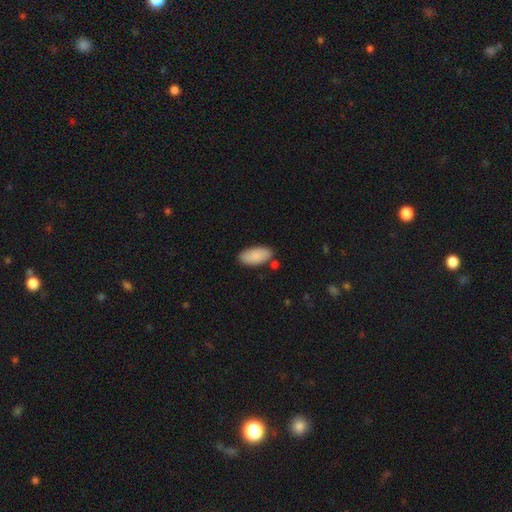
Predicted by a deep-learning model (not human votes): The model was most divided on "merging": none: 78%, minor disturbance: 13%, merger: 6%, major disturbance: 3%. More confident: how rounded — in between (92%); smooth or featured — smooth (88%).